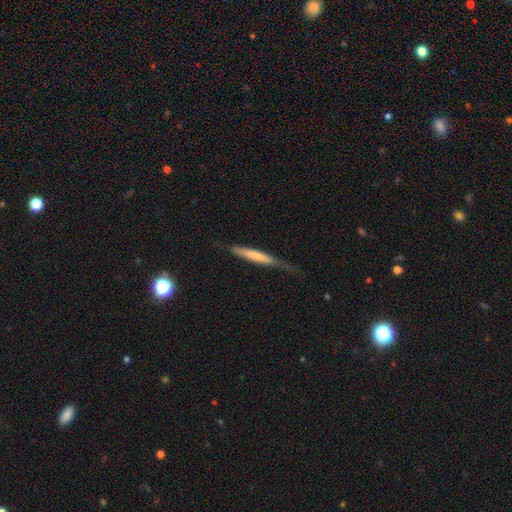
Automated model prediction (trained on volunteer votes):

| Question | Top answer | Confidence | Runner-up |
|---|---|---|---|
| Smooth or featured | smooth | 61% | featured or disk (34%) |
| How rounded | cigar-shaped | 94% | in between (5%) |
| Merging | none | 56% | minor disturbance (29%) |